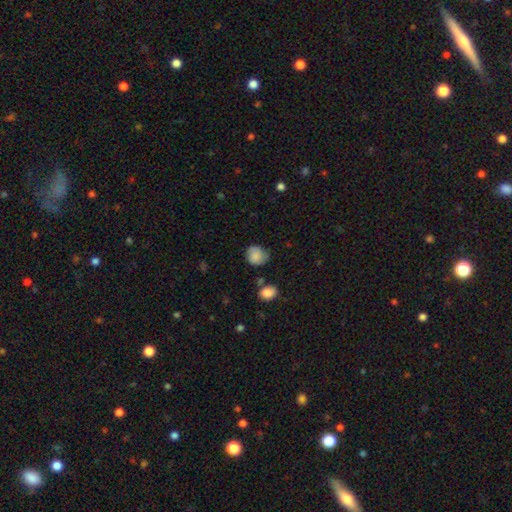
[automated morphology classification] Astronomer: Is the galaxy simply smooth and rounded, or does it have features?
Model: smooth — 76%.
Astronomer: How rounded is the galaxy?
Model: round — 77%.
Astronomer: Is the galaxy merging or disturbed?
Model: none — 62%.